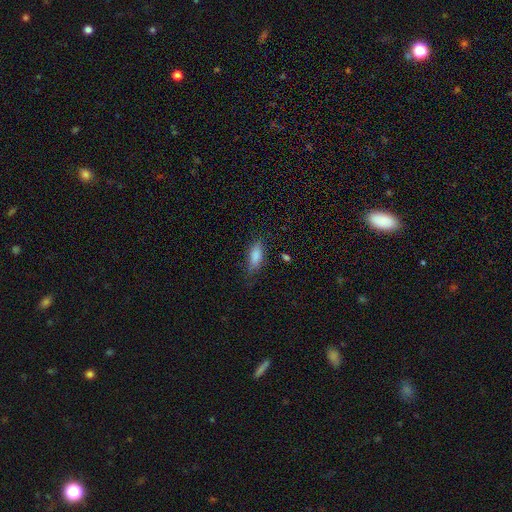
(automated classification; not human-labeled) Smooth or featured? smooth (82%)
How rounded? in between (72%)
Merging? none (73%)